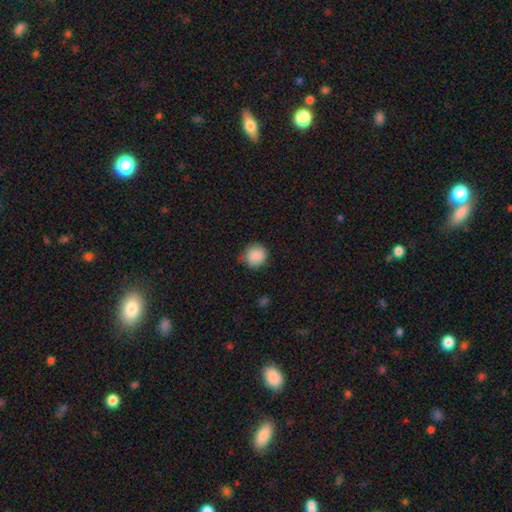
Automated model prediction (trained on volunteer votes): The model was most divided on "merging": none: 74%, minor disturbance: 21%, major disturbance: 4%, merger: 1%. More confident: how rounded — round (90%); smooth or featured — smooth (88%).